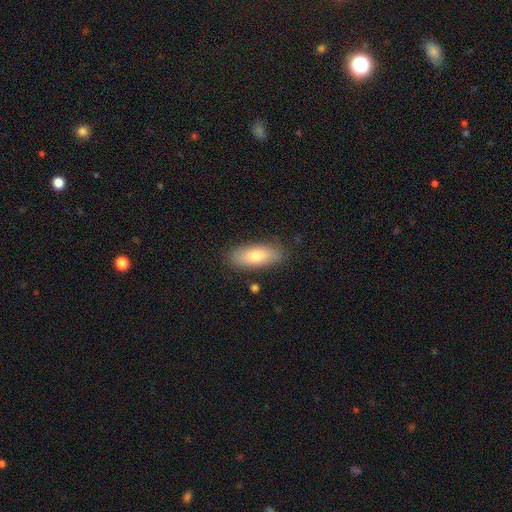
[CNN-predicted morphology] Smooth or featured: smooth — 76% (featured or disk — 18%)
How rounded: in between — 80% (cigar-shaped — 18%)
Merging: none — 85% (minor disturbance — 11%)